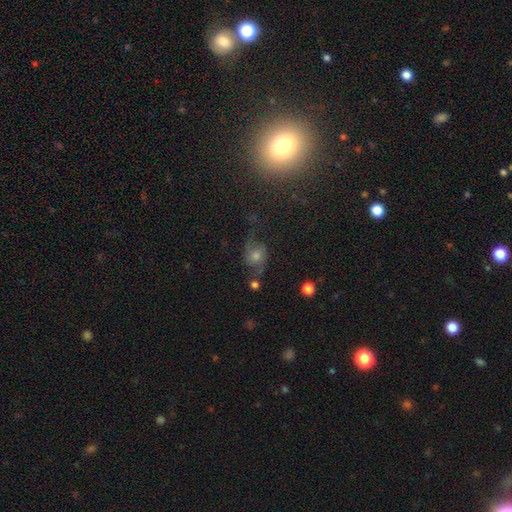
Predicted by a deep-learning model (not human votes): smooth-or-featured: featured or disk: 53% | smooth: 29% | star or artifact: 19%
  disk-edge-on: no: 94% | yes: 6%
  merging: none: 55% | minor disturbance: 22% | major disturbance: 18% | merger: 5%